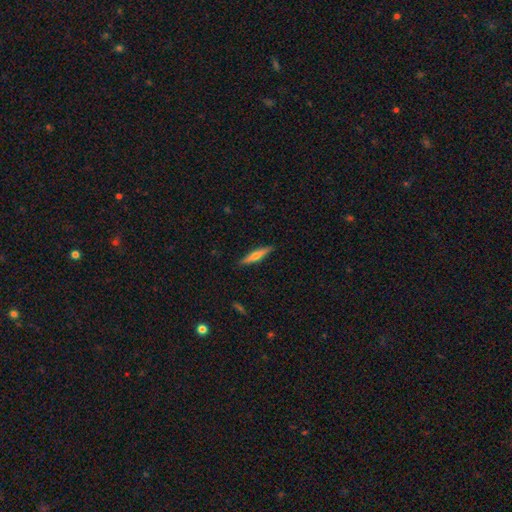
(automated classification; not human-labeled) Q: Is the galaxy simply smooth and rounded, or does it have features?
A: smooth — 47%.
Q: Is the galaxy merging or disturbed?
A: none — 89%.